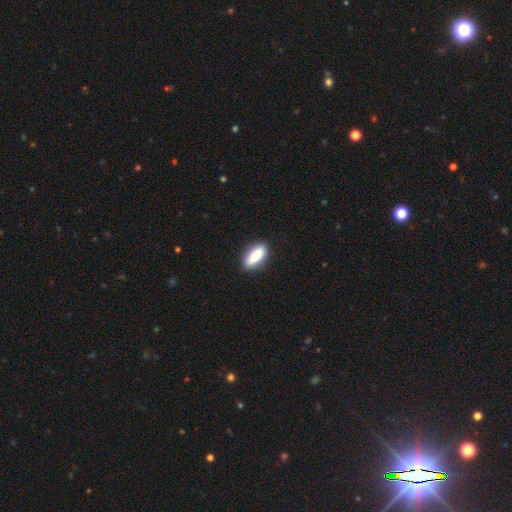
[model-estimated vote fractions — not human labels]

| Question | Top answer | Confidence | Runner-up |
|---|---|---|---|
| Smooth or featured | smooth | 84% | featured or disk (10%) |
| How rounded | in between | 77% | cigar-shaped (20%) |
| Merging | none | 87% | minor disturbance (9%) |